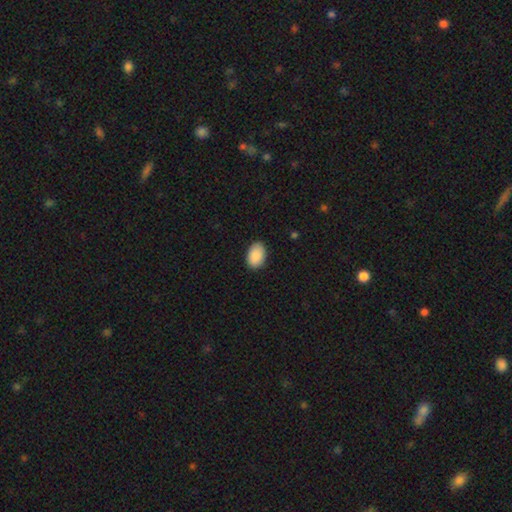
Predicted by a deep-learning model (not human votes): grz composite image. It shows a smooth galaxy with no disk features (90%) that is in between round and cigar-shaped (89%). Merging: none (87%).